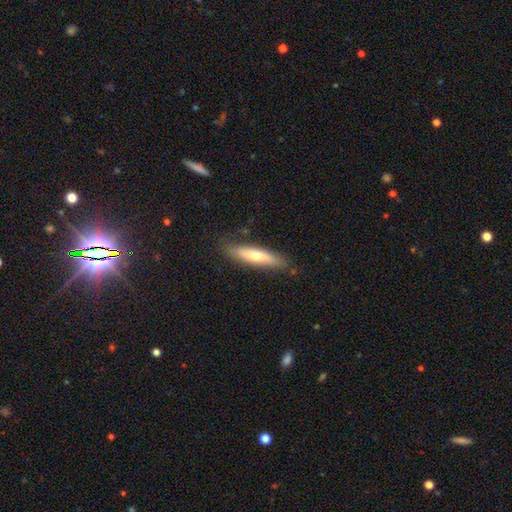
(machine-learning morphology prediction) A smooth galaxy with no disk features (60%) that is cigar-shaped (78%). Merging: none (83%).